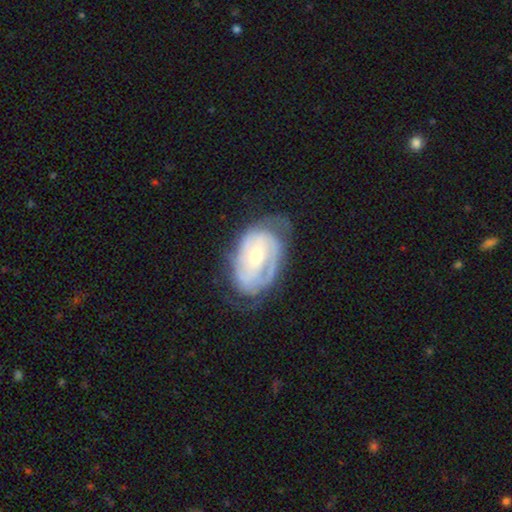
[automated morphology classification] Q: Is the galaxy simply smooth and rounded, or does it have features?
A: featured or disk — 80%.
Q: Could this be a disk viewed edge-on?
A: no — 96%.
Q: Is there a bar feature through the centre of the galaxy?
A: no — 45%.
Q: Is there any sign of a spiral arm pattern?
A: yes — 88%.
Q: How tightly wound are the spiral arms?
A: tight — 61%.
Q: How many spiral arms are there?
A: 2 — 39%.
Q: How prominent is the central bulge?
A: moderate — 49%.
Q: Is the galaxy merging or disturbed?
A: none — 57%.